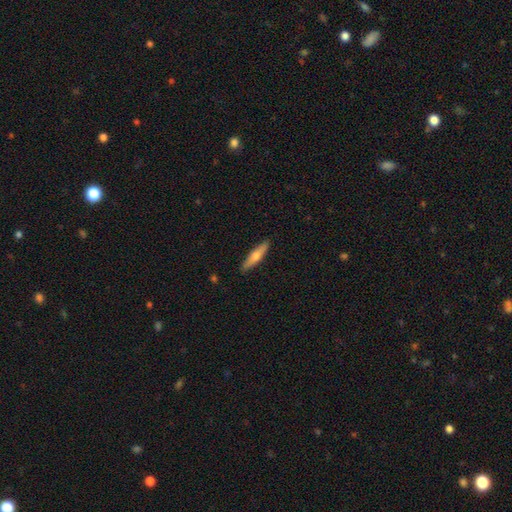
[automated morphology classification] smooth 58%, featured or disk 36%, star or artifact 6%. Down the decision tree: how rounded — cigar-shaped (81%); merging — none (90%).